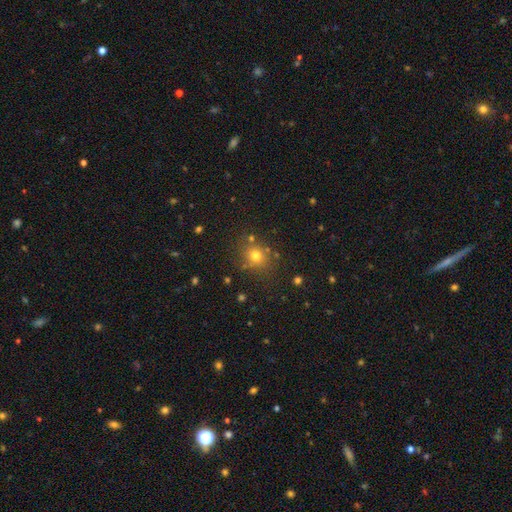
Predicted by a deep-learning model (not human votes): Smooth or featured? Predicted: smooth (p=0.72). How rounded? Predicted: round (p=0.69). Merging? Predicted: none (p=0.78).